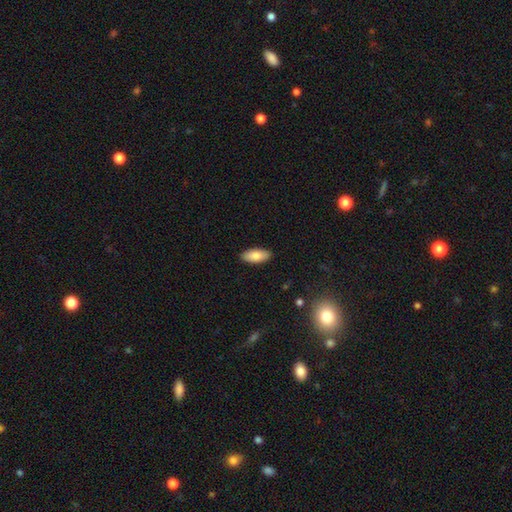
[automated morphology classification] type=smooth (82%); roundness=in between (87%); merging=none (90%).